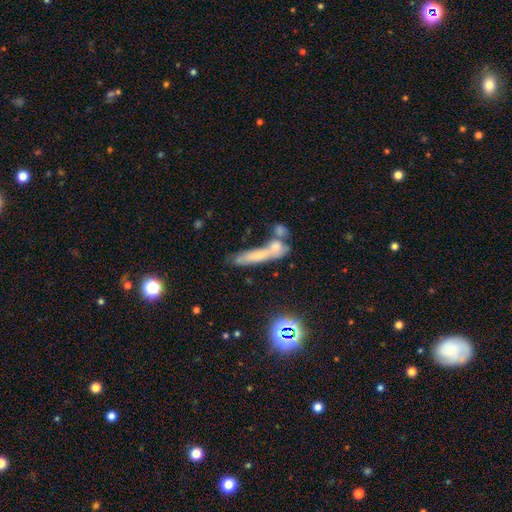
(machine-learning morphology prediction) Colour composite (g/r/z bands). It shows a smooth galaxy with no disk features (61%) that is cigar-shaped (72%). Merging: merger (47%).